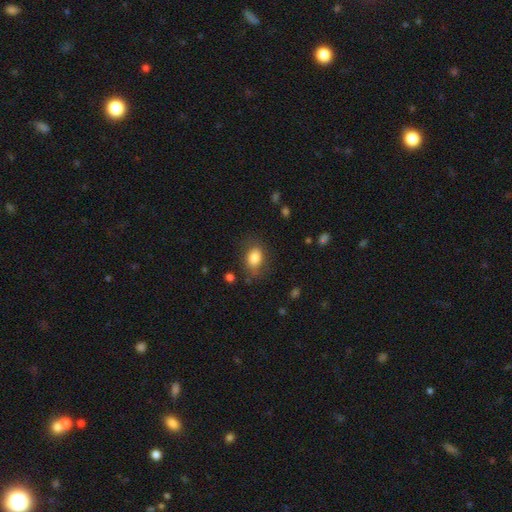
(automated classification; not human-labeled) A smooth galaxy with no disk features (81%) that is in between round and cigar-shaped (73%). Merging: none (75%).